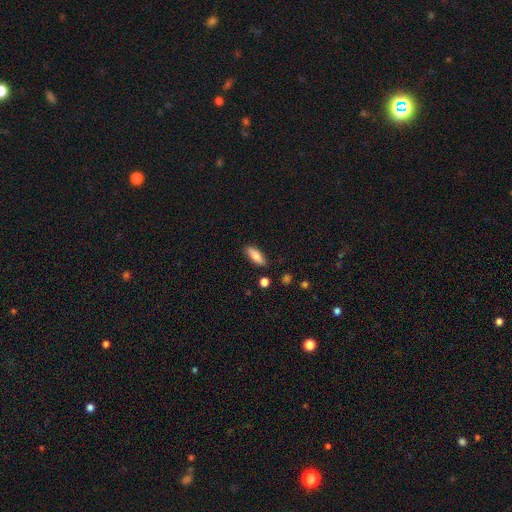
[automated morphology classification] Smooth or featured: smooth — 79% (featured or disk — 14%)
How rounded: in between — 66% (cigar-shaped — 31%)
Merging: none — 85% (minor disturbance — 11%)